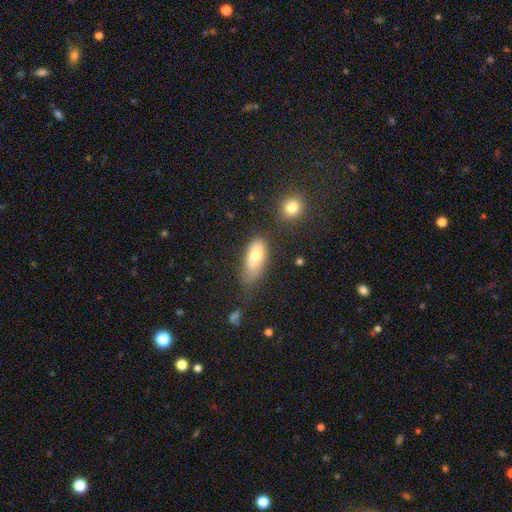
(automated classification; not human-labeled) smooth-or-featured: smooth: 73% | featured or disk: 19% | star or artifact: 8%
  how-rounded: in between: 87% | cigar-shaped: 10% | round: 3%
  merging: none: 50% | minor disturbance: 30% | major disturbance: 13% | merger: 7%